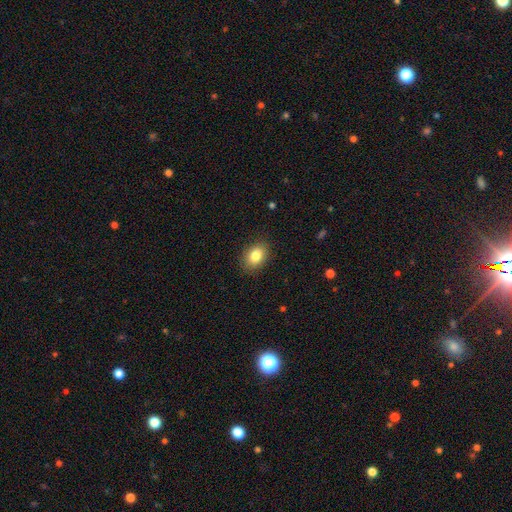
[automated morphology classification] This is clearly a smooth galaxy (84%). How rounded: likely in between (73%). Merging: clearly none (87%).